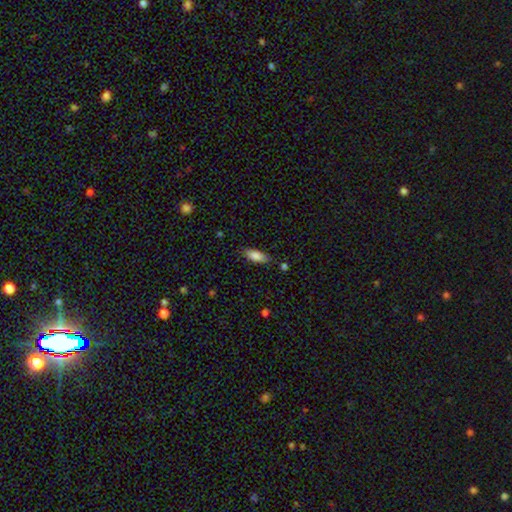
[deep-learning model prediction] Smooth or featured? smooth (85%)
How rounded? in between (75%)
Merging? none (78%)